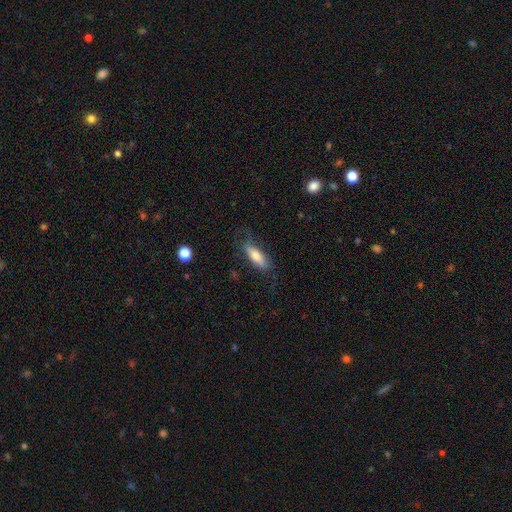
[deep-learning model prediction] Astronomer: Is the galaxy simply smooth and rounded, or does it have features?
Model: smooth — 71%.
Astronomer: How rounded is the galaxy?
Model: in between — 57% (runner-up: cigar-shaped, 40%).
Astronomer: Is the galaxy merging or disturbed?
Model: none — 65%.